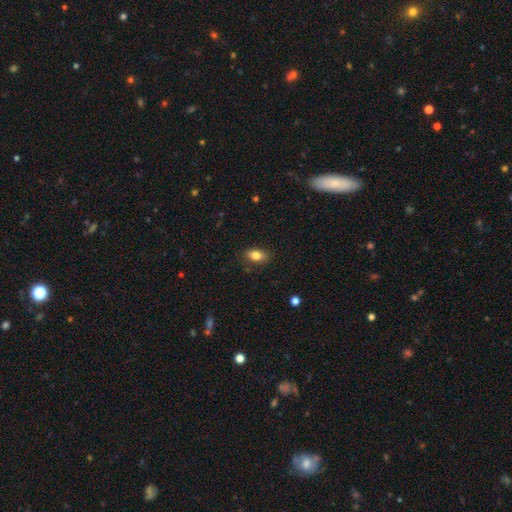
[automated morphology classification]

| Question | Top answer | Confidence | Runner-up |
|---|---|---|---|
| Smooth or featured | smooth | 81% | featured or disk (10%) |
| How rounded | in between | 86% | round (9%) |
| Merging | none | 84% | minor disturbance (12%) |